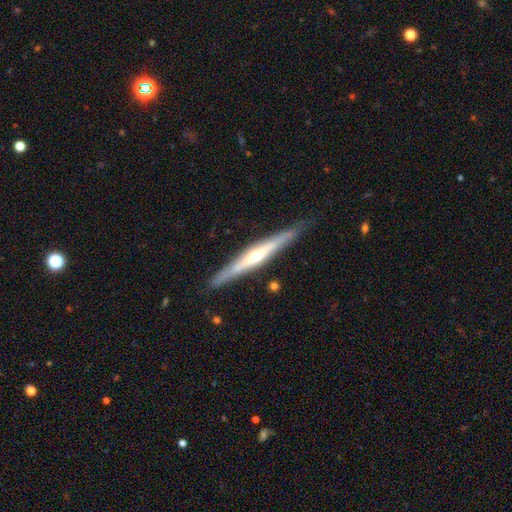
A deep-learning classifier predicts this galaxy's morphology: Overall: featured or disk (73%). Edge-on disk: yes (97%). Edge-on bulge: rounded (80%). Merging: none (87%).